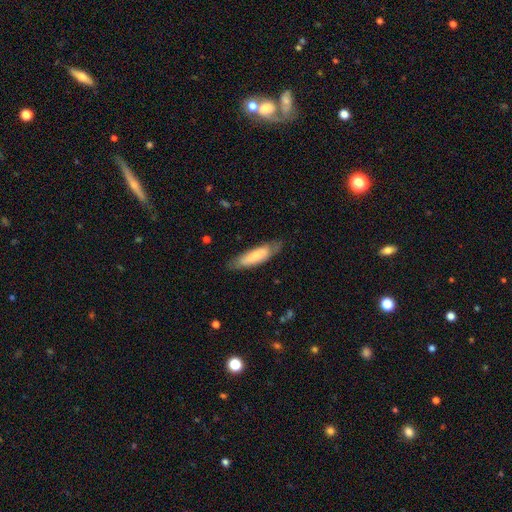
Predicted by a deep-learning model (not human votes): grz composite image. It shows a smooth galaxy with no disk features (68%) that is cigar-shaped (56%). Merging: none (72%).